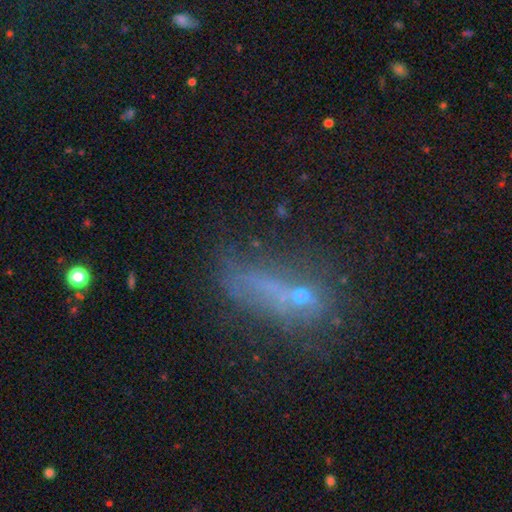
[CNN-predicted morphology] smooth_or_featured: smooth (p=0.37) [alt: star or artifact p=0.32]
merging: none (p=0.43) [alt: major disturbance p=0.26]